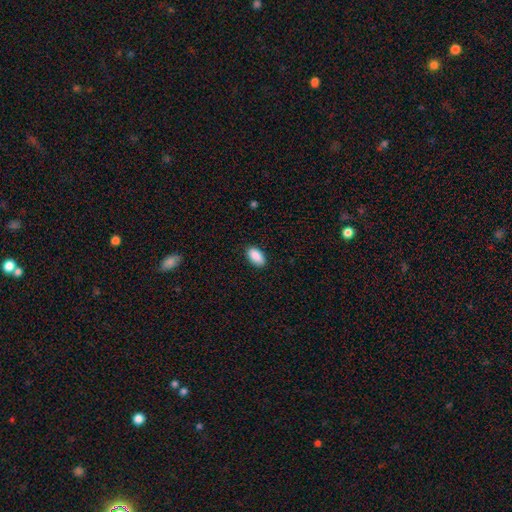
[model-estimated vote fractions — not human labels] Smooth or featured? Predicted: smooth (p=0.90). How rounded? Predicted: in between (p=0.94). Merging? Predicted: none (p=0.87).